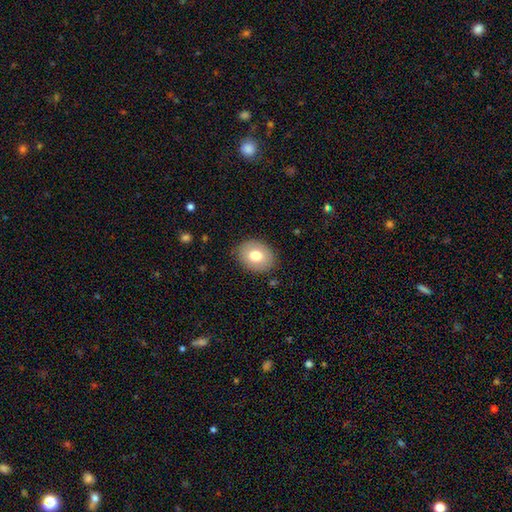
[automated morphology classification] Smooth or featured?
  - smooth: 75% *
  - featured or disk: 17%
  - star or artifact: 8%
How rounded?
  - in between: 56% *
  - round: 43%
  - cigar-shaped: 1%
Merging?
  - none: 87% *
  - minor disturbance: 9%
  - major disturbance: 3%
  - merger: 1%